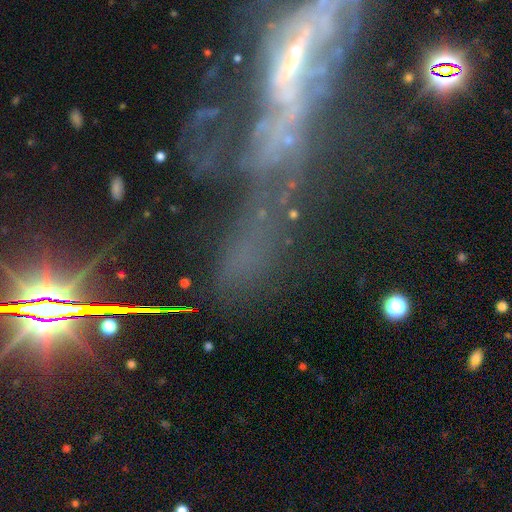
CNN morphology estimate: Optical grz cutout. It shows a star or artifact, not a galaxy (45%).